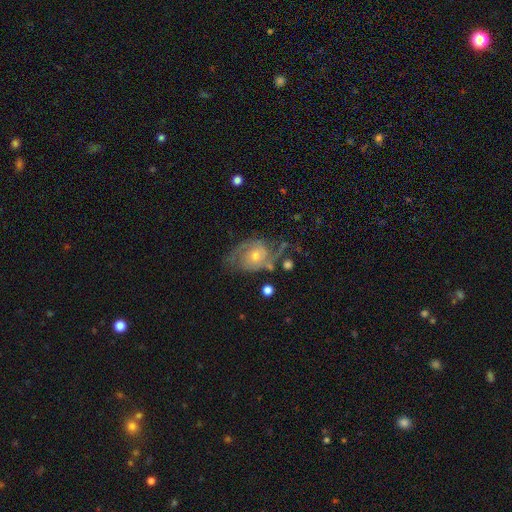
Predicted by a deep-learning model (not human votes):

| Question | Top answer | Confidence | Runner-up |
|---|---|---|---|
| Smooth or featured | featured or disk | 81% | smooth (12%) |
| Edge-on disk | no | 97% | yes (3%) |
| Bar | no | 72% | weak (23%) |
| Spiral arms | yes | 92% | no (8%) |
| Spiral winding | medium | 46% | tight (32%) |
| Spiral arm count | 2 | 78% | can't tell (10%) |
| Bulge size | moderate | 48% | small (46%) |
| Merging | none | 58% | minor disturbance (21%) |